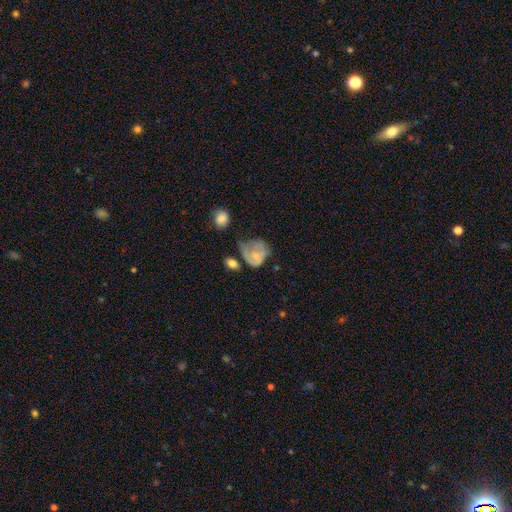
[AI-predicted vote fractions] This appears to be a smooth galaxy with no disk features (47%). Merging: major disturbance (38%).